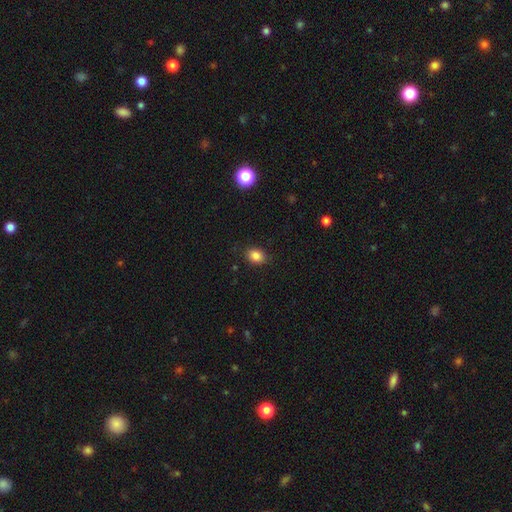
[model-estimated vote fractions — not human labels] Morphology: type=smooth (85%); roundness=in between (63%); merging=none (85%).